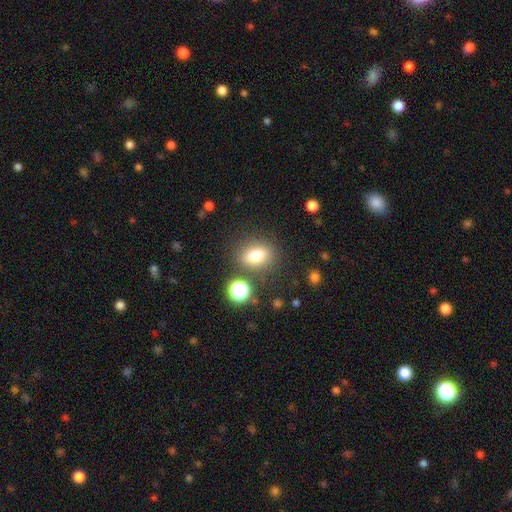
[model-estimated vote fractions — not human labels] smooth 76%, star or artifact 13%, featured or disk 11%. Down the decision tree: how rounded — in between (62%); merging — none (79%).